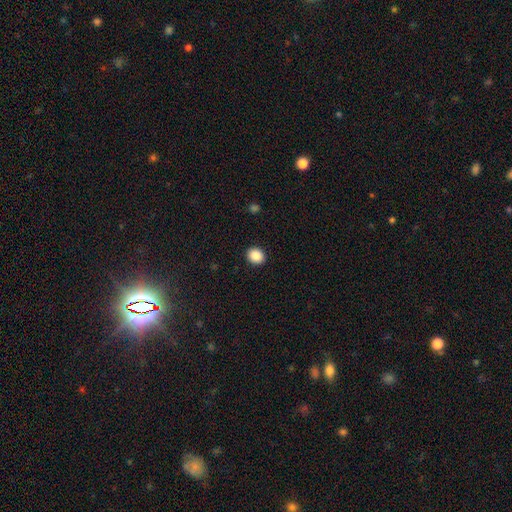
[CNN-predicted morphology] This appears to be a smooth galaxy with no disk features (87%) that is round (71%). Merging: none (92%).